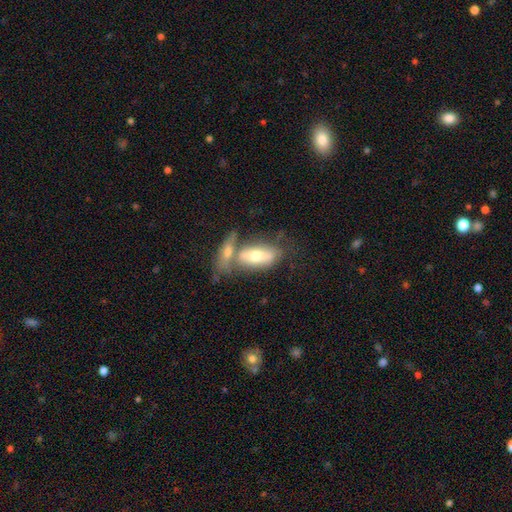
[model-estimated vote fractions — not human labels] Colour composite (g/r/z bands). It shows a smooth galaxy with no disk features (54%) that is in between round and cigar-shaped (79%). Merging: merger (49%).